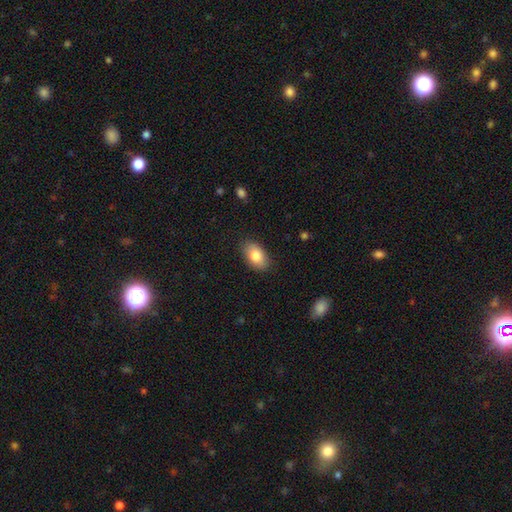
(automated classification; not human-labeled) smooth 82%, featured or disk 11%, star or artifact 7%. Down the decision tree: how rounded — in between (92%); merging — none (87%).